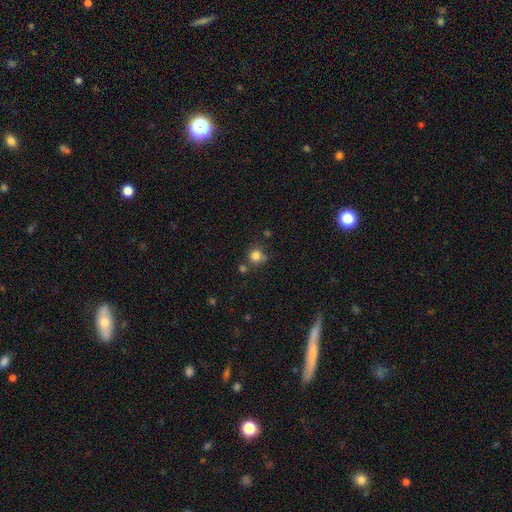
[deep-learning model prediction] The model was most divided on "merging": none: 68%, minor disturbance: 14%, merger: 13%, major disturbance: 5%. More confident: how rounded — round (90%); smooth or featured — smooth (81%).